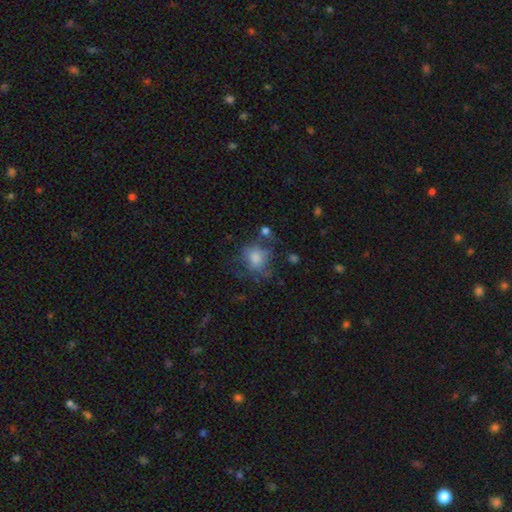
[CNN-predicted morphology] Smooth or featured? Predicted: smooth (p=0.54). How rounded? Predicted: round (p=0.72). Merging? Predicted: none (p=0.53).